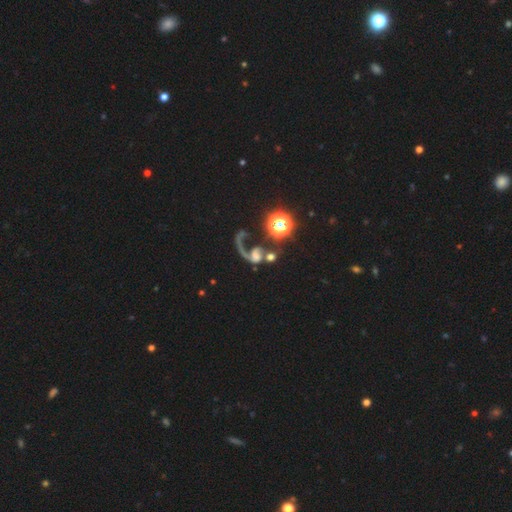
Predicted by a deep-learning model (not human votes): Smooth or featured?
  - featured or disk: 60% *
  - smooth: 25%
  - star or artifact: 15%
Edge-on disk?
  - no: 97% *
  - yes: 3%
Bar?
  - no: 70% *
  - weak: 21%
  - strong: 9%
Spiral arms?
  - yes: 75% *
  - no: 25%
Bulge size?
  - none: 26% *
  - small: 25%
  - moderate: 24%
  - large: 16%
  - dominant: 9%
Merging?
  - major disturbance: 39% *
  - merger: 28%
  - none: 23%
  - minor disturbance: 9%